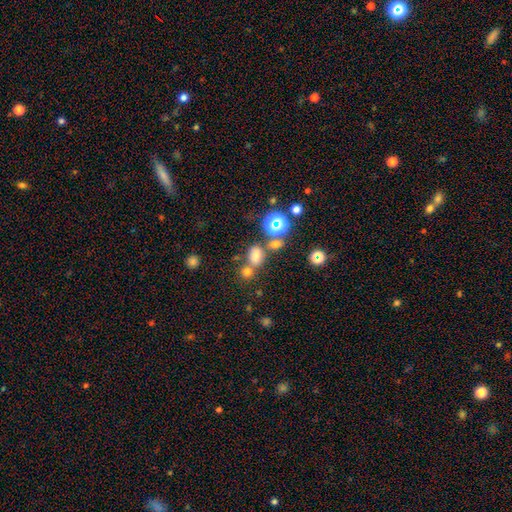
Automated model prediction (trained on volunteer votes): Smooth or featured: smooth — 66% (star or artifact — 25%)
How rounded: in between — 60% (round — 39%)
Merging: none — 56% (merger — 27%)